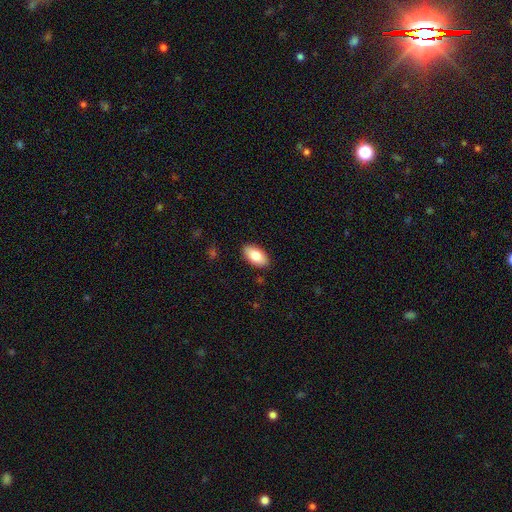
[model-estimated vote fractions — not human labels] Smooth or featured? Predicted: smooth (p=0.81). How rounded? Predicted: in between (p=0.94). Merging? Predicted: none (p=0.88).